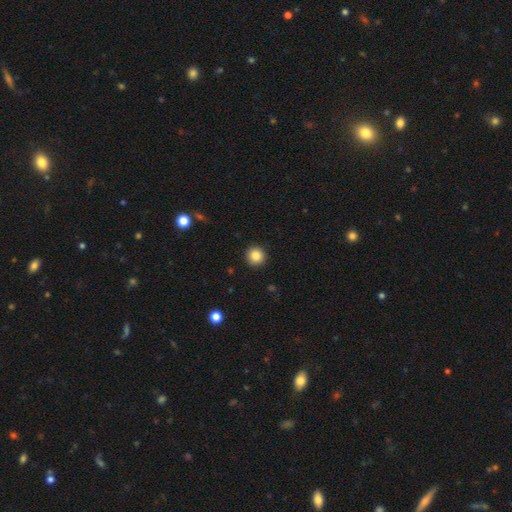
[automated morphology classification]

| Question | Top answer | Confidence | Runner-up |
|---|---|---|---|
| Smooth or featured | smooth | 85% | star or artifact (10%) |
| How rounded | round | 94% | in between (5%) |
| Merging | none | 93% | minor disturbance (5%) |